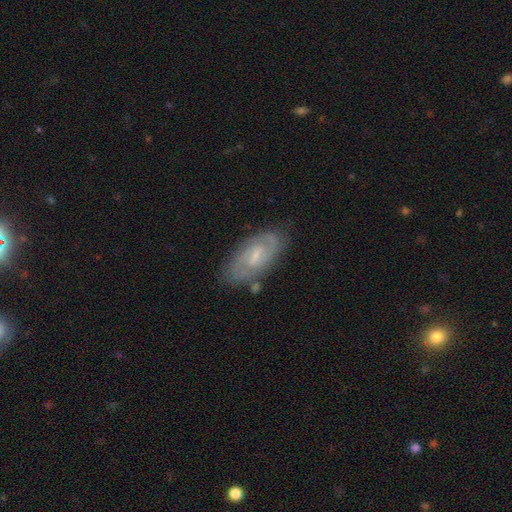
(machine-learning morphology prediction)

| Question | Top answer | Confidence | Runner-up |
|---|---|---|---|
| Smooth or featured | featured or disk | 75% | smooth (19%) |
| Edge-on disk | no | 94% | yes (6%) |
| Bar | weak | 59% | no (28%) |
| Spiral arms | yes | 90% | no (10%) |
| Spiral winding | medium | 44% | tight (42%) |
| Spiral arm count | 2 | 71% | can't tell (19%) |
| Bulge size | small | 56% | moderate (31%) |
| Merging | none | 77% | minor disturbance (16%) |